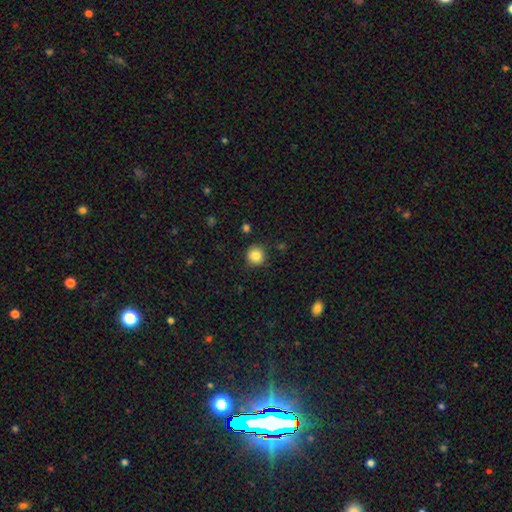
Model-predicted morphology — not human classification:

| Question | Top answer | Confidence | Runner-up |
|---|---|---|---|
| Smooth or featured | smooth | 84% | star or artifact (10%) |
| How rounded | round | 93% | in between (6%) |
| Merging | none | 89% | minor disturbance (7%) |